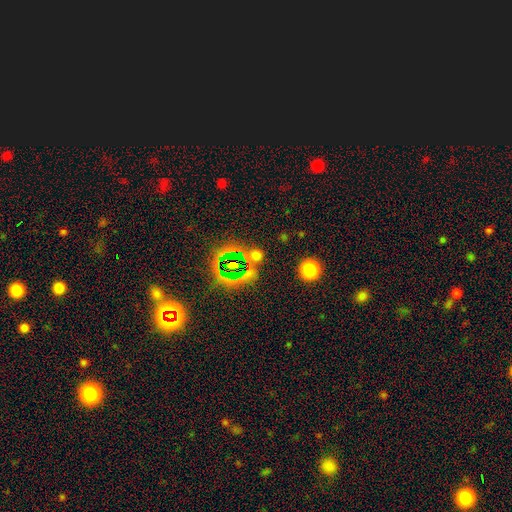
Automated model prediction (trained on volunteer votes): The model was most divided on "smooth or featured": star or artifact: 48%, smooth: 44%, featured or disk: 8%.